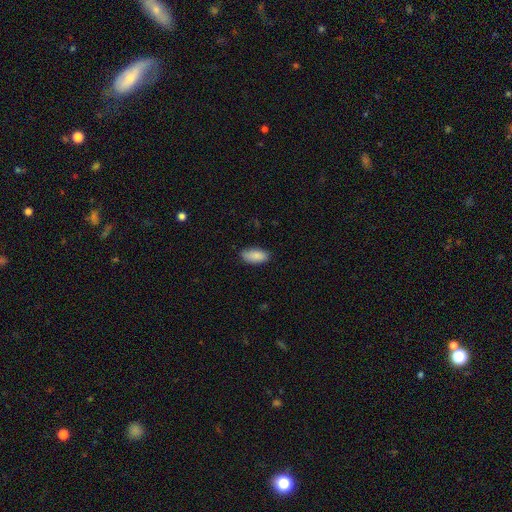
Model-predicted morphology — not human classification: This is clearly a smooth galaxy (88%). How rounded: clearly in between (90%). Merging: clearly none (83%).